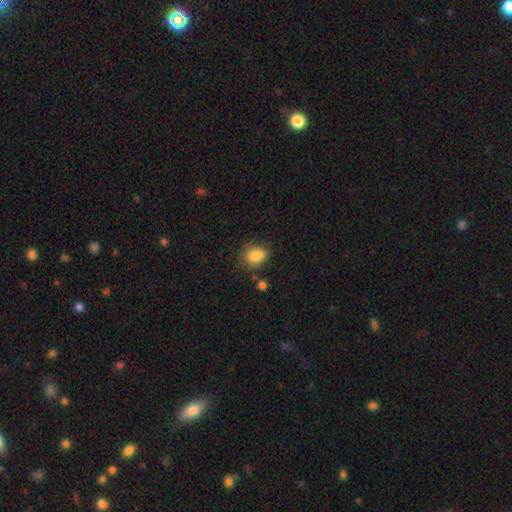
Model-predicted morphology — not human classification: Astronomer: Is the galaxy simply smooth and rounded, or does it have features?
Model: smooth — 82%.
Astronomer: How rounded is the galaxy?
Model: in between — 50% (runner-up: round, 48%).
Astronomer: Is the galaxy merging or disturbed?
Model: none — 56%.